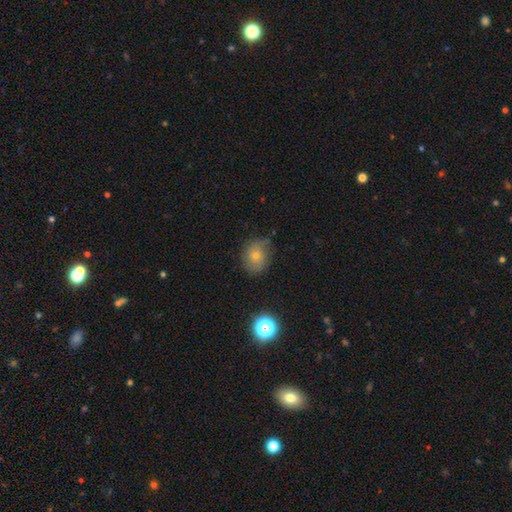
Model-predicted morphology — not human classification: This is likely a smooth galaxy (60%). How rounded: likely round (65%). Merging: likely none (65%).